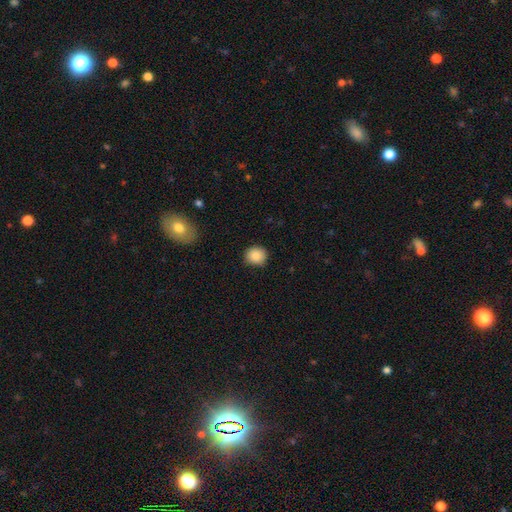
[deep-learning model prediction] This is clearly a smooth galaxy (87%). How rounded: clearly round (85%). Merging: clearly none (86%).